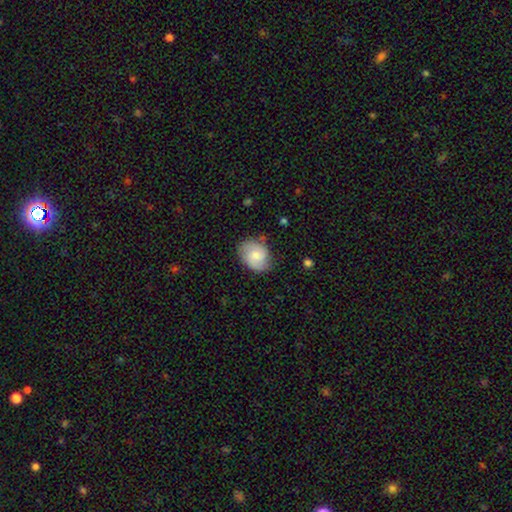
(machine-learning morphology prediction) smooth-or-featured: smooth: 53% | featured or disk: 40% | star or artifact: 7%
  how-rounded: in between: 56% | round: 43% | cigar-shaped: 1%
  merging: none: 75% | minor disturbance: 19% | major disturbance: 5% | merger: 1%